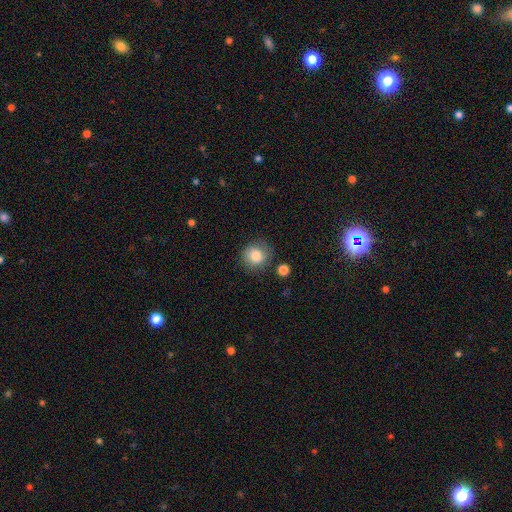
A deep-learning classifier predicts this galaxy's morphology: This appears to be a smooth galaxy with no disk features (82%) that is round (86%). Merging: none (80%).